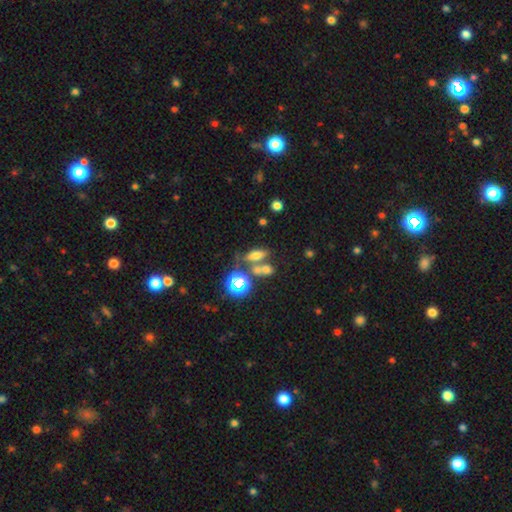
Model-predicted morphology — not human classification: Smooth or featured? smooth (56%)
How rounded? in between (58%)
Merging? none (47%)